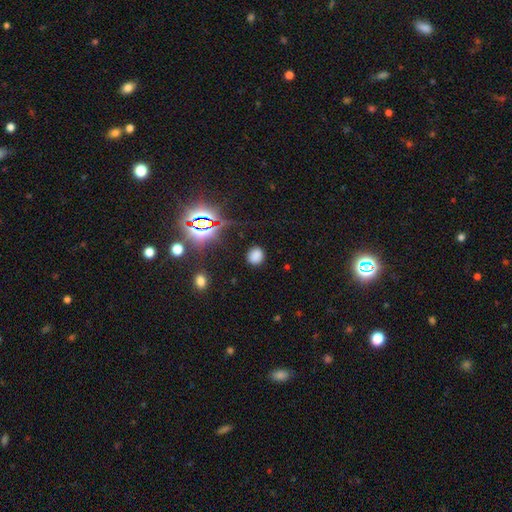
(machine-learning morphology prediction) Smooth or featured: smooth — 74% (star or artifact — 21%)
How rounded: round — 72% (in between — 27%)
Merging: none — 86% (minor disturbance — 9%)